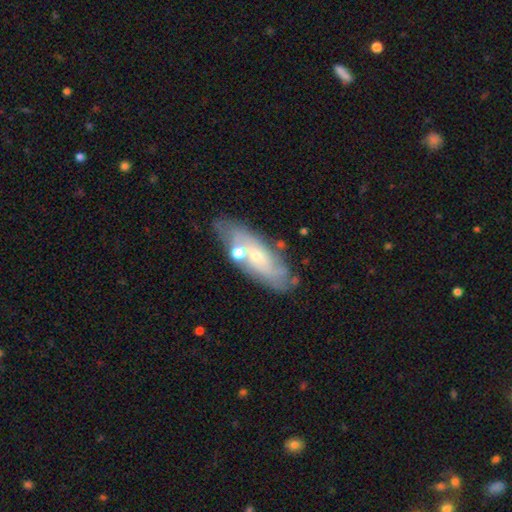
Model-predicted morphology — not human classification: The model was most divided on "smooth or featured": featured or disk: 59%, smooth: 33%, star or artifact: 8%. More confident: edge-on disk — no (80%); merging — none (66%).